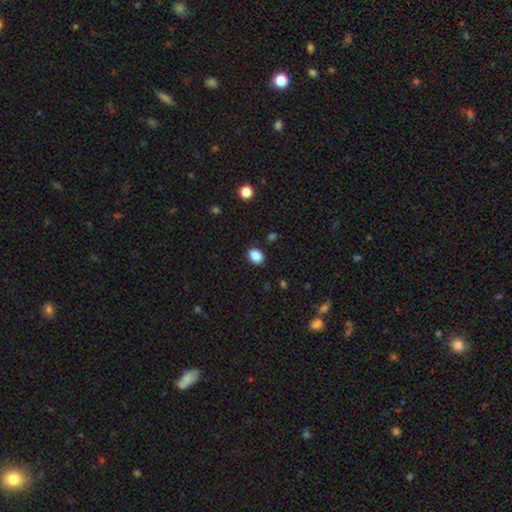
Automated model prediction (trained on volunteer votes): Overall: smooth (88%). How rounded: in between (64%; round 35%). Merging: none (88%).